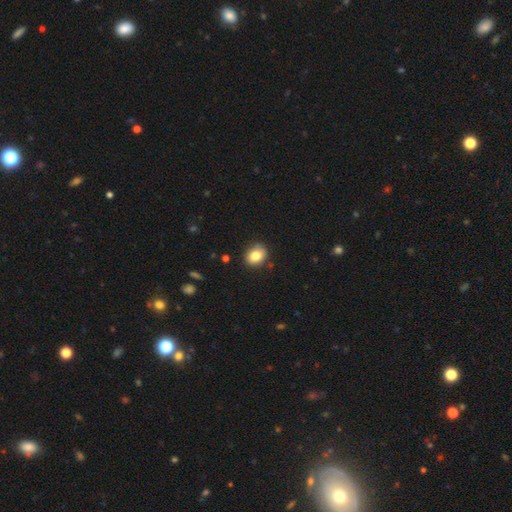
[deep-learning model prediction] Smooth or featured: smooth — 81% (star or artifact — 9%)
How rounded: round — 57% (in between — 42%)
Merging: none — 80% (minor disturbance — 15%)